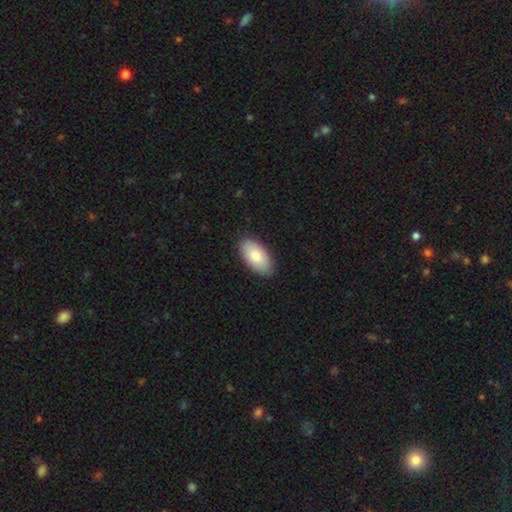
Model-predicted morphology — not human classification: A smooth galaxy with no disk features (81%) that is in between round and cigar-shaped (95%). Merging: none (87%).